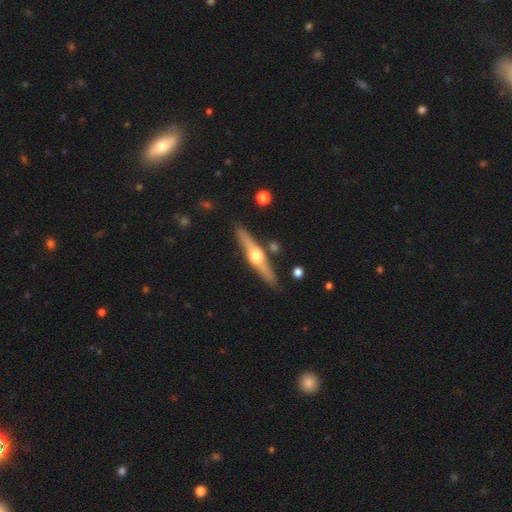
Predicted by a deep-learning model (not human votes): Morphology: type=featured or disk (71%); edge-on=yes (96%); edge-on bulge=rounded (95%); merging=none (86%).